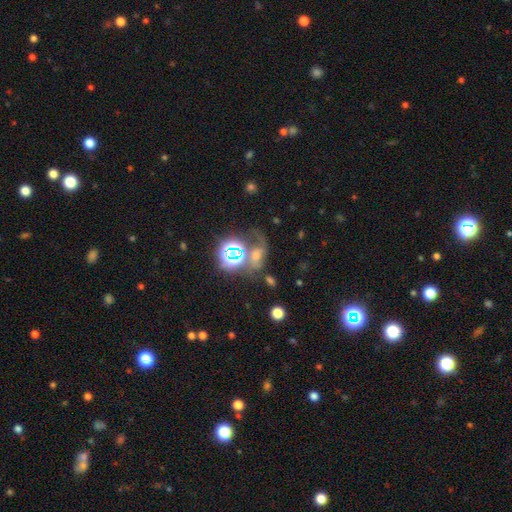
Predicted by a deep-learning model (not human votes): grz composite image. It shows a star or artifact, not a galaxy (45%).